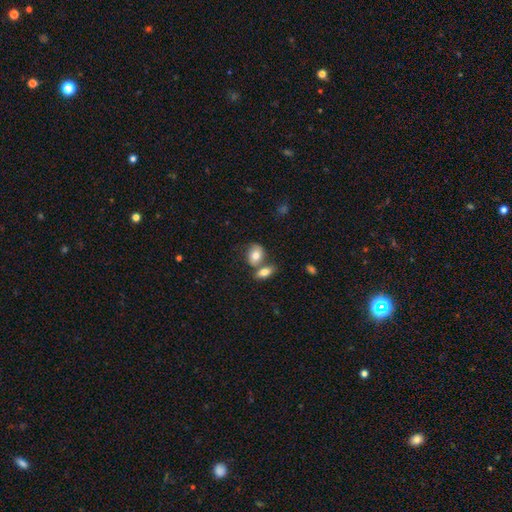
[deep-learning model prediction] The model was most divided on "merging": merger: 43%, none: 41%, minor disturbance: 11%, major disturbance: 4%. More confident: smooth or featured — smooth (77%); how rounded — in between (75%).